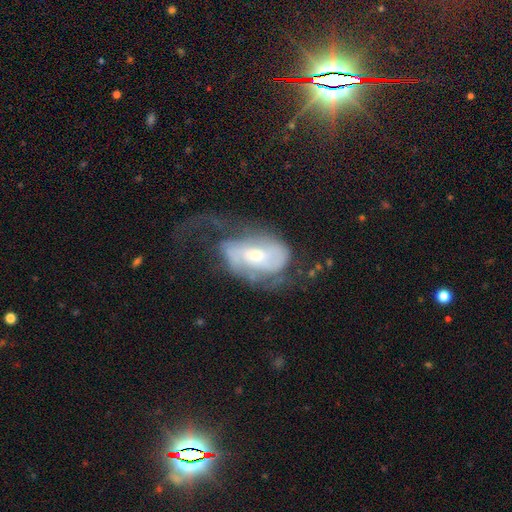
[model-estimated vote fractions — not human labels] smooth_or_featured: featured or disk (p=0.78) [alt: smooth p=0.15]
disk_edge_on: no (p=0.95) [alt: yes p=0.05]
bar: no (p=0.44) [alt: weak p=0.39]
has_spiral_arms: yes (p=0.89) [alt: no p=0.11]
spiral_winding: medium (p=0.39) [alt: loose p=0.37]
spiral_arm_count: 2 (p=0.61) [alt: can't tell p=0.17]
bulge_size: moderate (p=0.54) [alt: small p=0.35]
merging: major disturbance (p=0.42) [alt: none p=0.38]